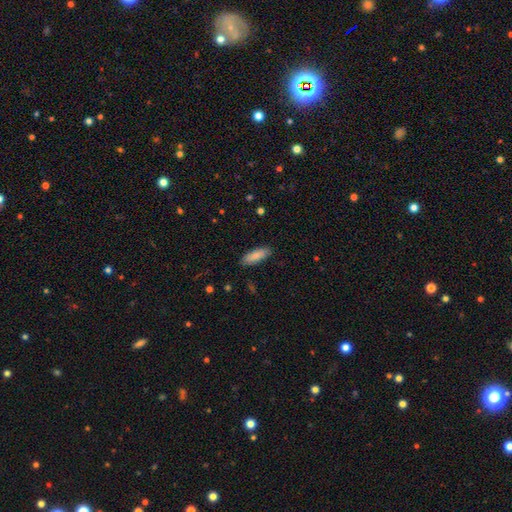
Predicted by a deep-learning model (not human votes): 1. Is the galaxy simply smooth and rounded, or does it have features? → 85% smooth, 9% featured or disk, 6% star or artifact.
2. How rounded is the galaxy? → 65% in between, 33% cigar-shaped, 2% round.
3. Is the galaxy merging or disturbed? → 87% none, 10% minor disturbance, 2% major disturbance, 1% merger.